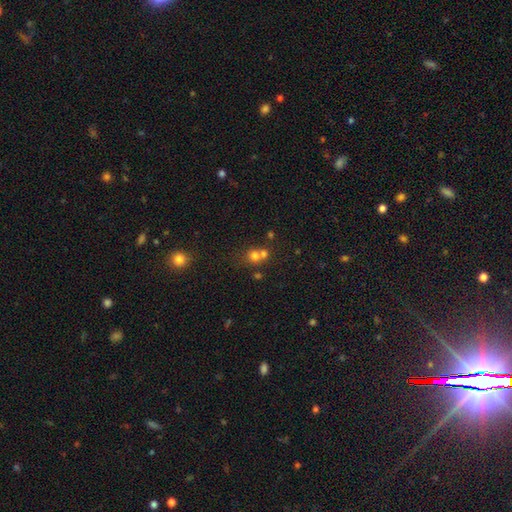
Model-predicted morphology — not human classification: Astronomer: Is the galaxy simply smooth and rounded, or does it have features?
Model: smooth — 69%.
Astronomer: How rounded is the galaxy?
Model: round — 84%.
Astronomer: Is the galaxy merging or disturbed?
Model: merger — 47% (runner-up: none, 44%).